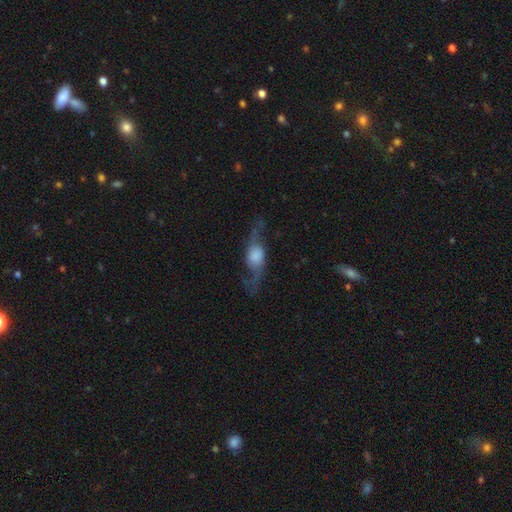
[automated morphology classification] This is likely a featured or disk galaxy (71%). It is likely not viewed edge-on (75%). Bar: likely no (66%). Spiral arm pattern: clearly yes (89%). Central bulge: marginally large (36%). Merging: likely none (63%).